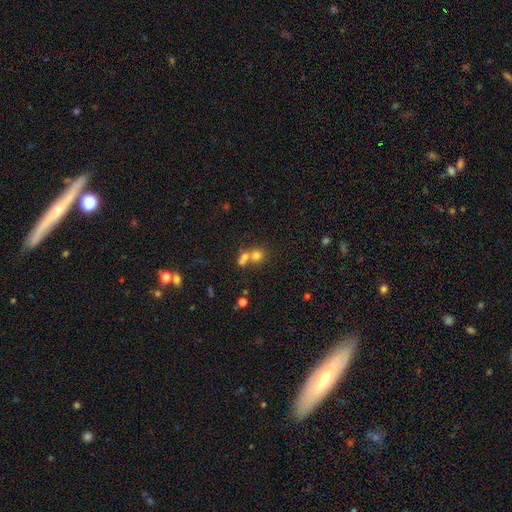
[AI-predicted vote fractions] smooth_or_featured: smooth (p=0.71) [alt: star or artifact p=0.16]
how_rounded: round (p=0.77) [alt: in between p=0.21]
merging: merger (p=0.52) [alt: none p=0.38]